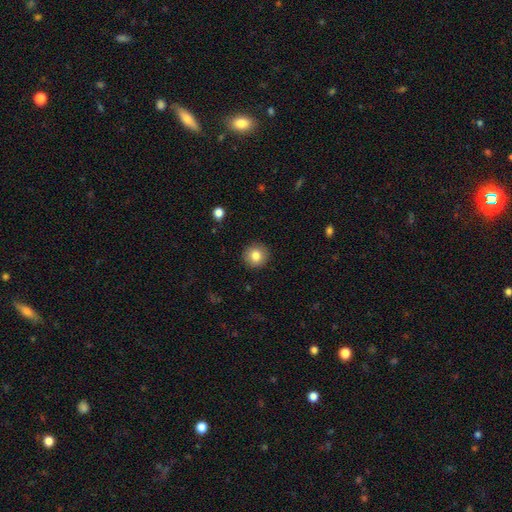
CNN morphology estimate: Smooth or featured?
  - smooth: 83% *
  - star or artifact: 9%
  - featured or disk: 8%
How rounded?
  - round: 94% *
  - in between: 5%
  - cigar-shaped: 1%
Merging?
  - none: 92% *
  - minor disturbance: 6%
  - major disturbance: 2%
  - merger: 1%